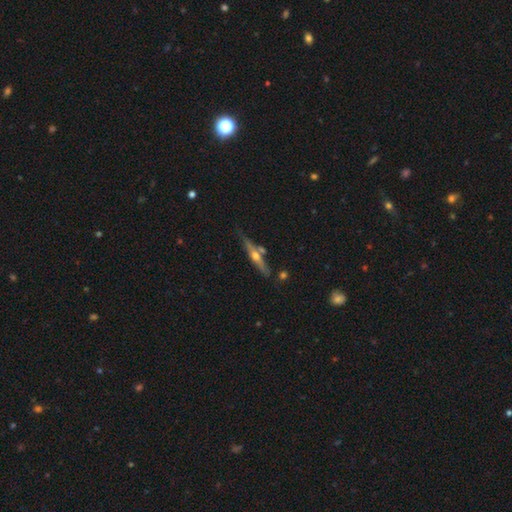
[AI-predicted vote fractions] featured or disk 68%, smooth 26%, star or artifact 6%. Down the decision tree: edge-on disk — yes (95%); edge-on bulge — rounded (91%); merging — none (73%).